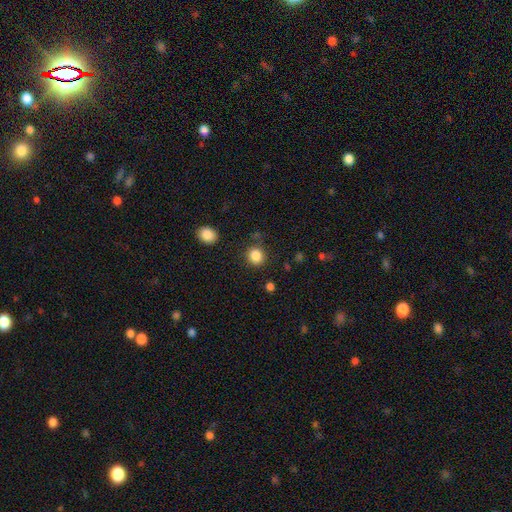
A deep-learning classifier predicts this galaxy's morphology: Smooth or featured? Predicted: smooth (p=0.86). How rounded? Predicted: round (p=0.78). Merging? Predicted: none (p=0.84).